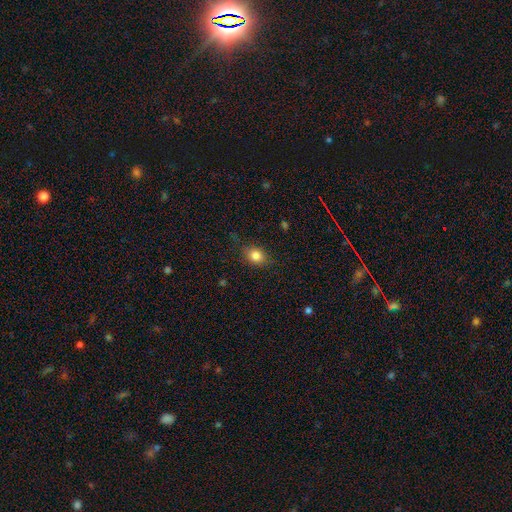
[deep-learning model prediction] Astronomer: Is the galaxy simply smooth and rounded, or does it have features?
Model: smooth — 82%.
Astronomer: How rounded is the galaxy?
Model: in between — 49%, tied with round at 49%.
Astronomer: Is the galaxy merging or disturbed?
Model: none — 78%.